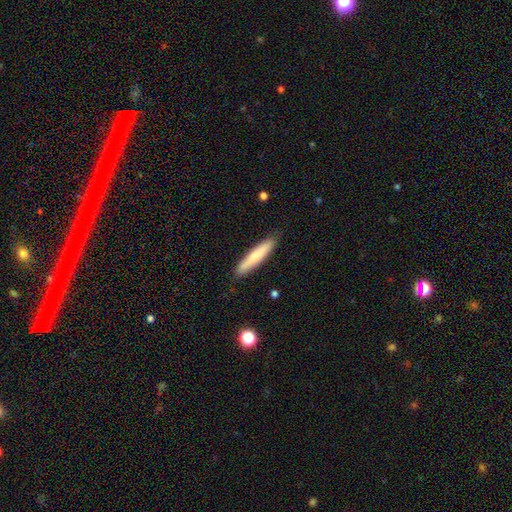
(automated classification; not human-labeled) This is likely a smooth galaxy (75%). How rounded: clearly cigar-shaped (91%). Merging: clearly none (87%).